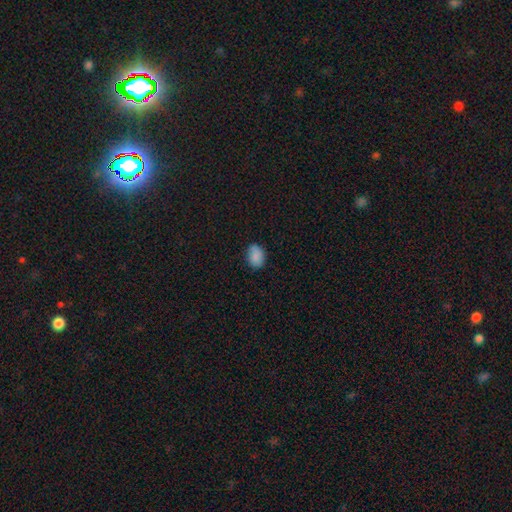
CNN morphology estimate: A smooth galaxy with no disk features (85%) that is in between round and cigar-shaped (70%). Merging: none (76%).